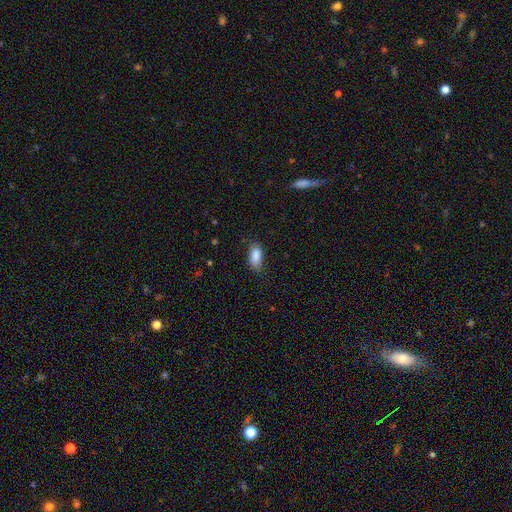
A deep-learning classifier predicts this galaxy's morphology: This appears to be a smooth galaxy with no disk features (87%) that is in between round and cigar-shaped (89%). Merging: none (73%).